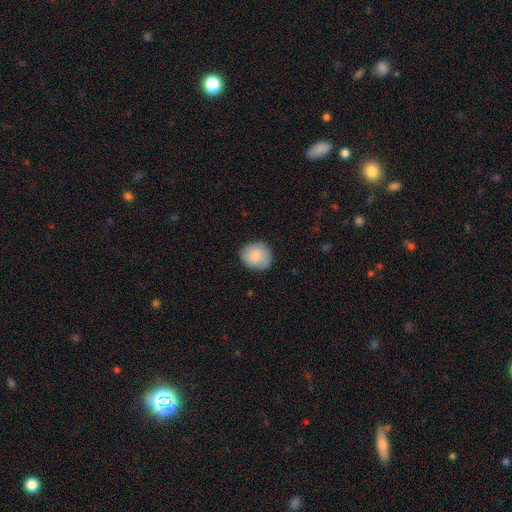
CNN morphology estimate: smooth_or_featured: smooth (p=0.82) [alt: featured or disk p=0.11]
how_rounded: round (p=0.79) [alt: in between p=0.20]
merging: none (p=0.83) [alt: minor disturbance p=0.14]